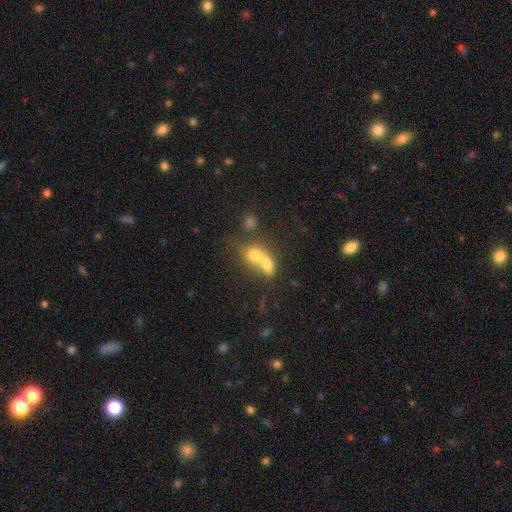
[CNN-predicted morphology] Overall: smooth (70%). How rounded: round (50%; in between 47%). Merging: merger (74%).